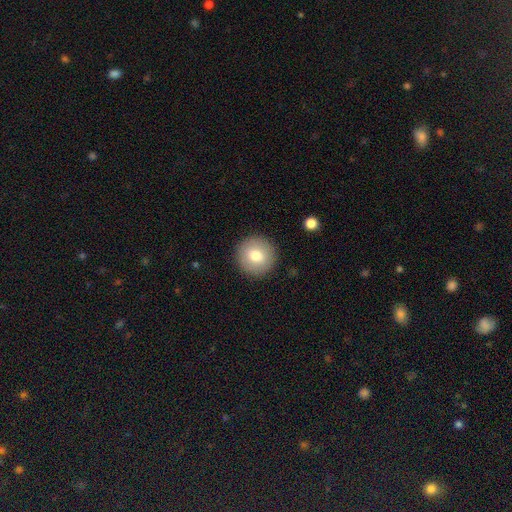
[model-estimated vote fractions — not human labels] The model was most divided on "smooth or featured": smooth: 77%, featured or disk: 14%, star or artifact: 8%. More confident: how rounded — round (95%); merging — none (91%).